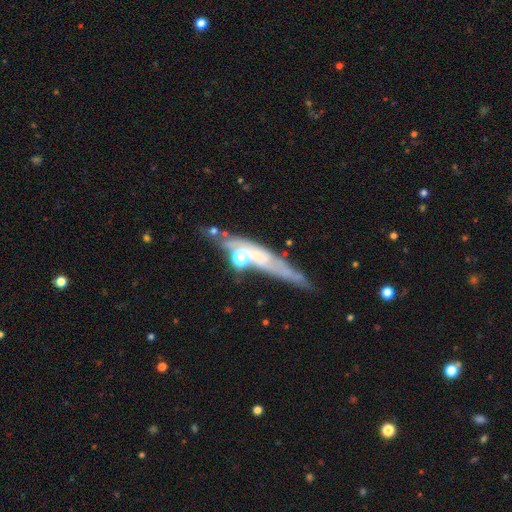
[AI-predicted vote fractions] Smooth or featured? featured or disk (62%)
Edge-on disk? yes (66%)
Merging? none (52%)